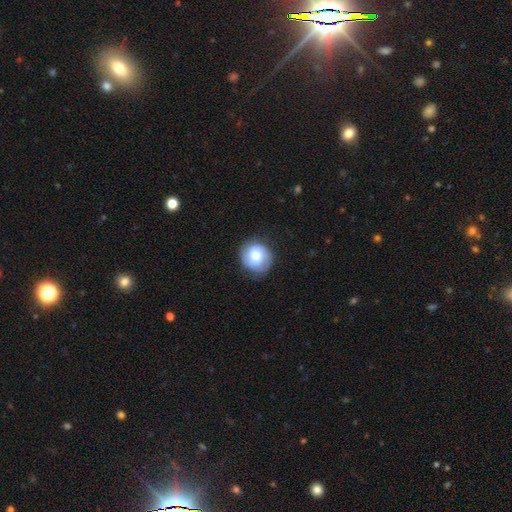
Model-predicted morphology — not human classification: type=smooth (51%); roundness=round (80%); merging=none (80%).